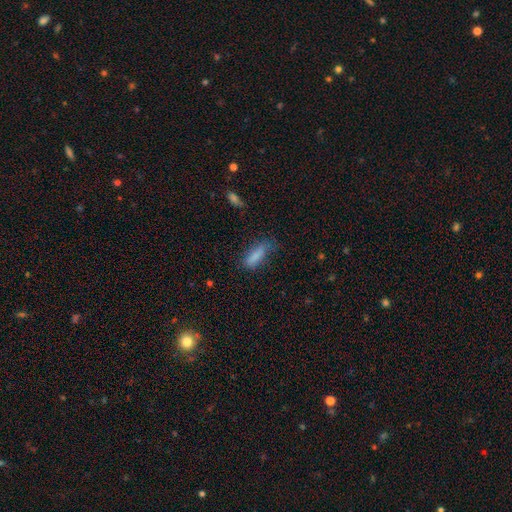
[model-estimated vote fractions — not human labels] Smooth or featured? Predicted: smooth (p=0.82). How rounded? Predicted: in between (p=0.50). Merging? Predicted: none (p=0.54).